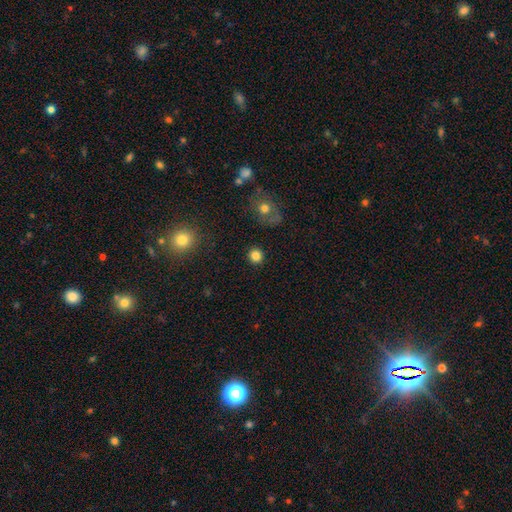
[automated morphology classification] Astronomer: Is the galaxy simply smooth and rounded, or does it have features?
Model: smooth — 84%.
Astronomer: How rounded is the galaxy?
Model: round — 92%.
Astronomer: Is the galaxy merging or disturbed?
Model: none — 91%.